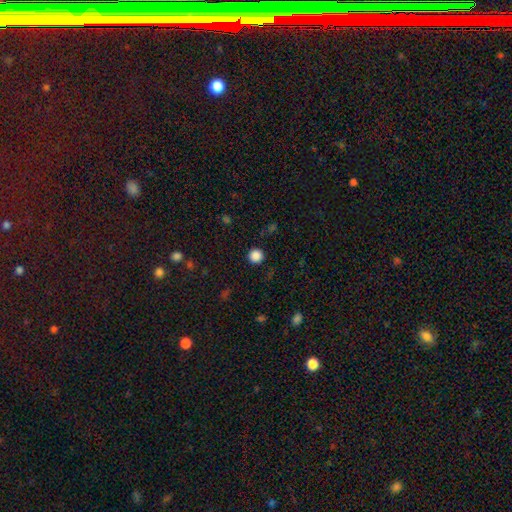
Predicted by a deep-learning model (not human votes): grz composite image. It shows a smooth galaxy with no disk features (86%) that is round (96%). Merging: none (92%).